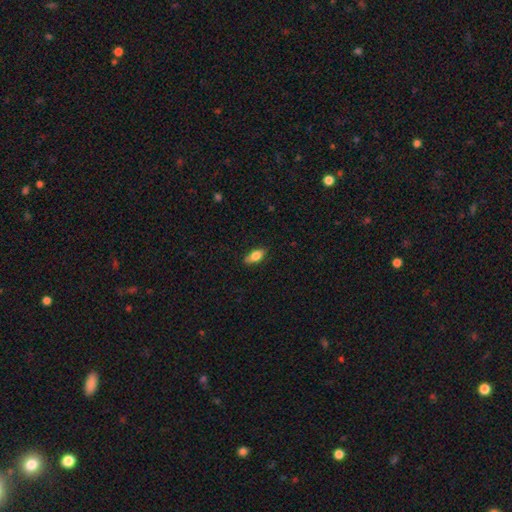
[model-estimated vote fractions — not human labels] Morphology: type=smooth (76%); roundness=in between (83%); merging=none (82%).